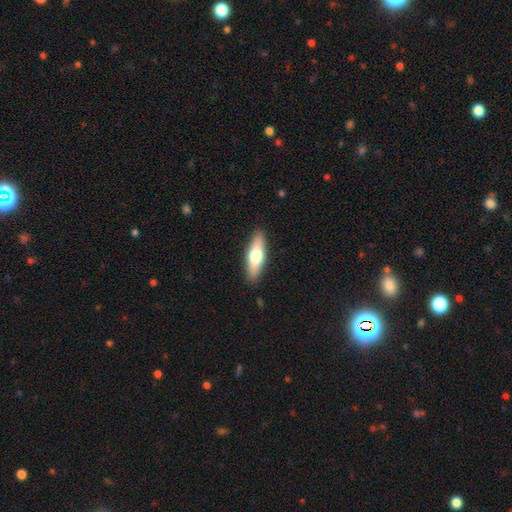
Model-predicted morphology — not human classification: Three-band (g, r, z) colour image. It shows a smooth galaxy with no disk features (61%) that is cigar-shaped (52%). Merging: none (89%).